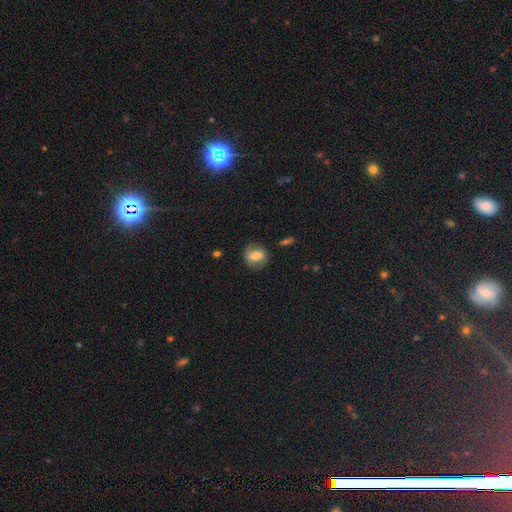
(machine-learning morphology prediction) This appears to be a smooth galaxy with no disk features (62%) that is round (64%). Merging: none (76%).